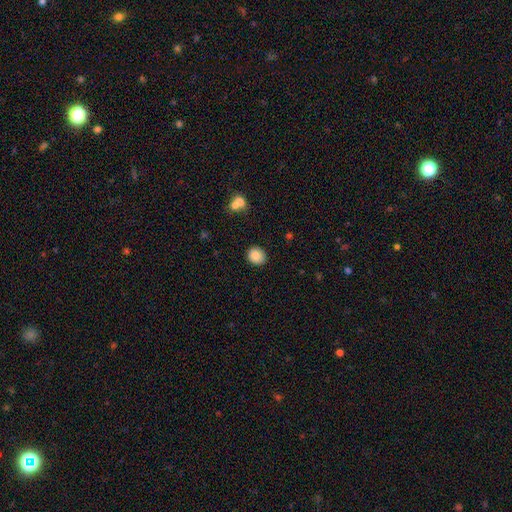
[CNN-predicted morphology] Q: Smooth or featured?
A: smooth (84%); runner-up: star or artifact (9%)
Q: How rounded?
A: round (76%); runner-up: in between (23%)
Q: Merging?
A: none (88%); runner-up: minor disturbance (8%)